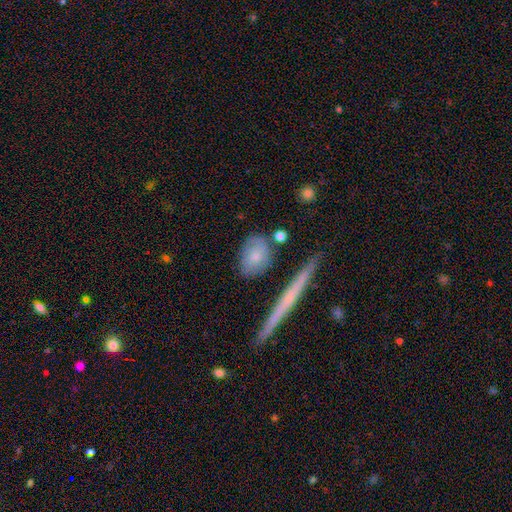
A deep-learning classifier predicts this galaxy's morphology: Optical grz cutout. It shows a smooth galaxy with no disk features (71%) that is in between round and cigar-shaped (58%). Merging: none (69%).